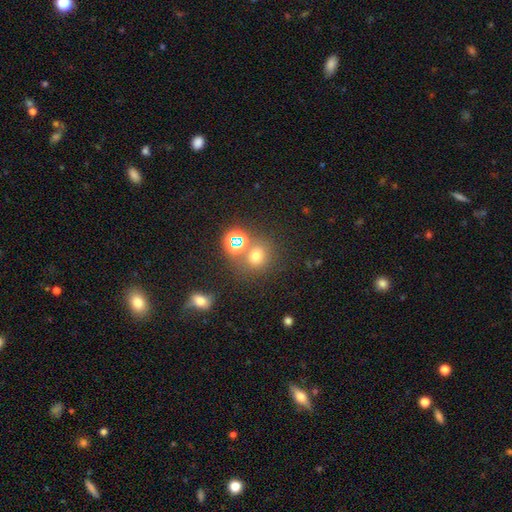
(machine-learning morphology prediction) This is likely a smooth galaxy (64%). How rounded: clearly round (81%). Merging: likely none (68%).